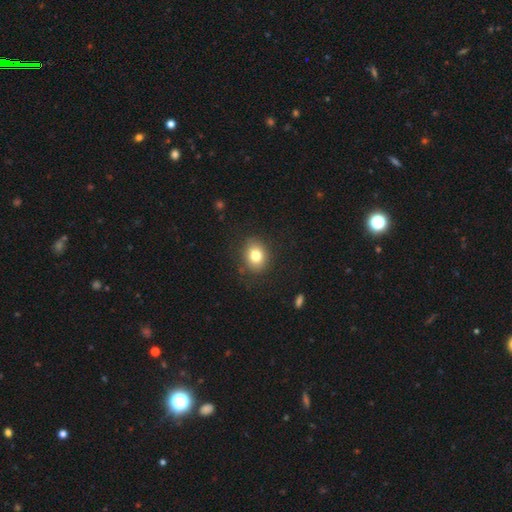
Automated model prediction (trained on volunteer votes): The model was most divided on "how rounded": in between: 50%, round: 49%, cigar-shaped: 1%. More confident: merging — none (82%); smooth or featured — smooth (80%).